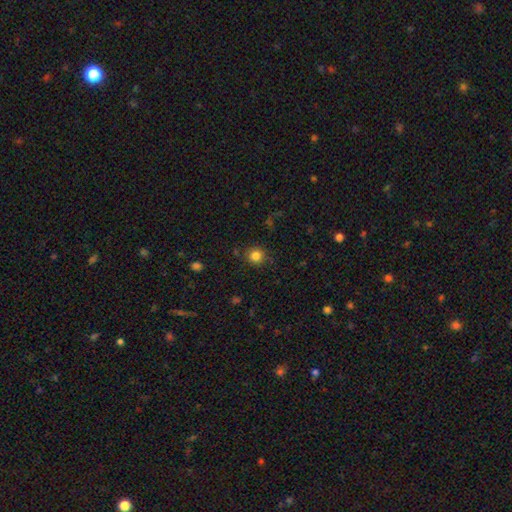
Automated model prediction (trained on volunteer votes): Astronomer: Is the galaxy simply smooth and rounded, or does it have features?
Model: smooth — 82%.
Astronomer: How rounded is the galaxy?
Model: round — 91%.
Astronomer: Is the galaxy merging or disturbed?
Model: none — 87%.